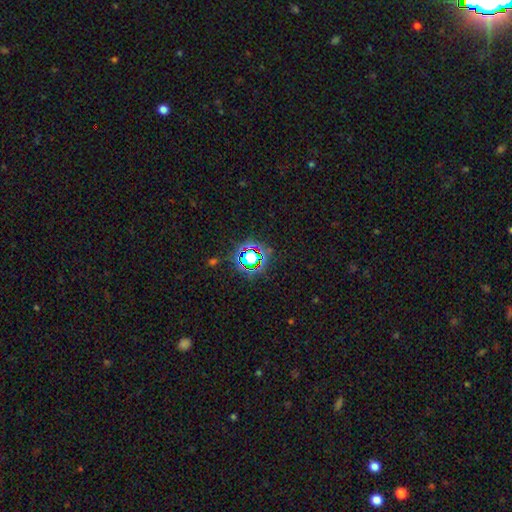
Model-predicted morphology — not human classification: This appears to be a star or artifact, not a galaxy (72%).